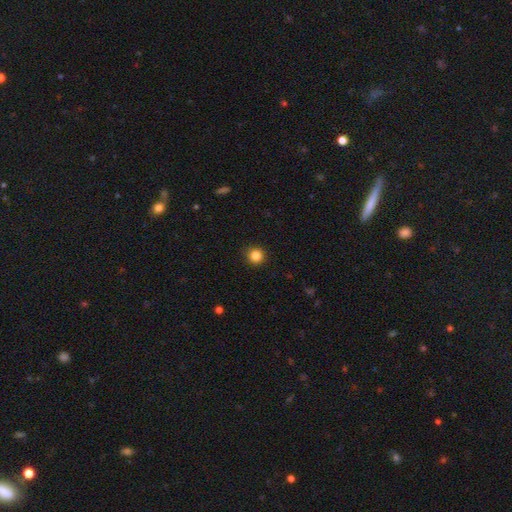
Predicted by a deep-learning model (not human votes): Smooth or featured? Predicted: smooth (p=0.85). How rounded? Predicted: round (p=0.94). Merging? Predicted: none (p=0.91).